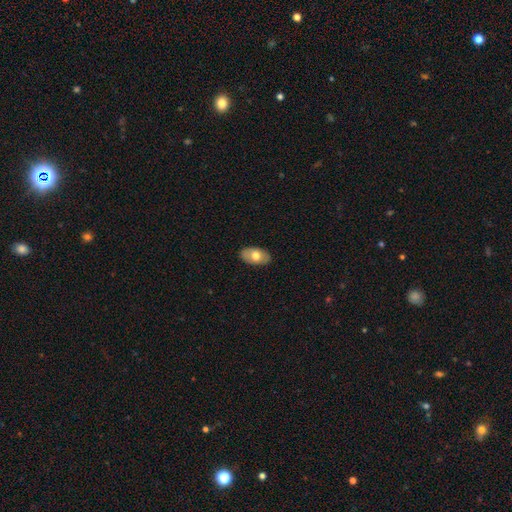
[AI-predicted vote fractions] A smooth galaxy with no disk features (67%) that is in between round and cigar-shaped (93%). Merging: none (86%).